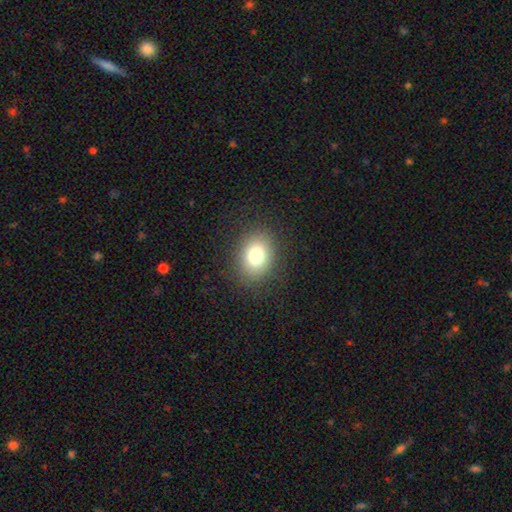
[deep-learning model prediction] Smooth or featured: smooth — 78% (star or artifact — 12%)
How rounded: in between — 56% (round — 43%)
Merging: none — 86% (minor disturbance — 9%)